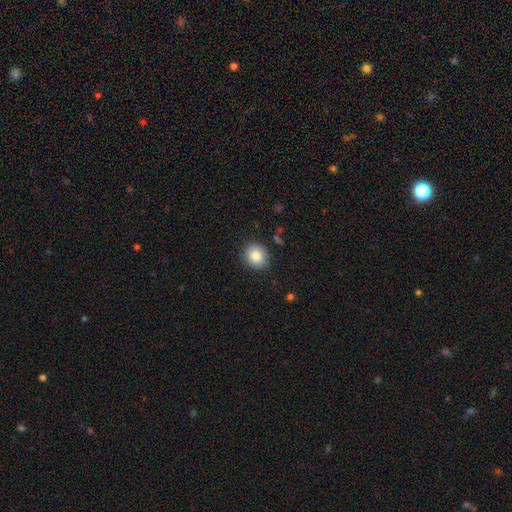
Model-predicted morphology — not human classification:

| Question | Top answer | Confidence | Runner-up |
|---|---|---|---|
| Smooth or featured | smooth | 84% | star or artifact (9%) |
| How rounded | round | 72% | in between (27%) |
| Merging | none | 88% | minor disturbance (9%) |